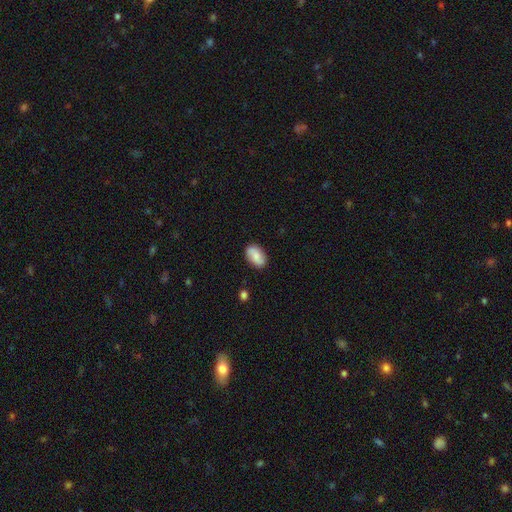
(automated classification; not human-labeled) A smooth galaxy with no disk features (72%) that is in between round and cigar-shaped (91%).

Vote fractions:
- Smooth or featured? smooth: 72% / featured or disk: 21% / star or artifact: 7%
- How rounded? in between: 91% / round: 7% / cigar-shaped: 2%
- Merging? none: 84% / minor disturbance: 12% / major disturbance: 3% / merger: 2%